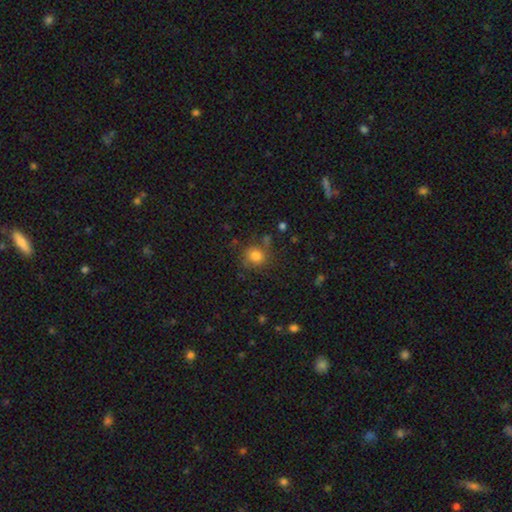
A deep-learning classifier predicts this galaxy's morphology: Smooth or featured? Predicted: smooth (p=0.77). How rounded? Predicted: round (p=0.84). Merging? Predicted: none (p=0.72).